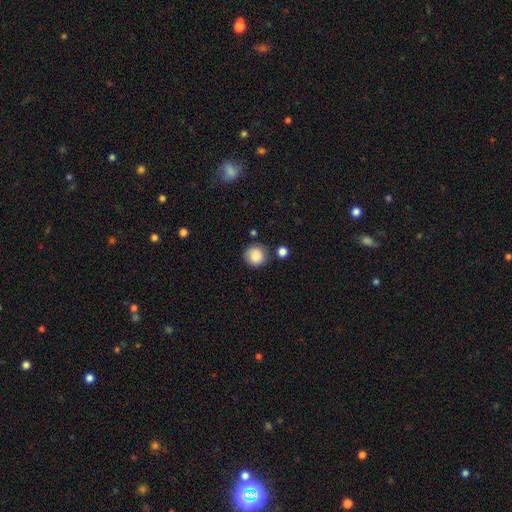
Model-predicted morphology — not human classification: This appears to be a smooth galaxy with no disk features (87%) that is round (91%). Merging: none (79%).